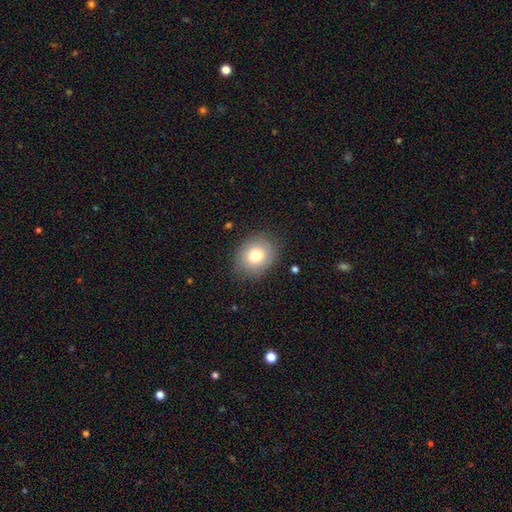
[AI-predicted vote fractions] Q: Smooth or featured?
A: smooth (78%); runner-up: featured or disk (12%)
Q: How rounded?
A: round (57%); runner-up: in between (42%)
Q: Merging?
A: none (84%); runner-up: minor disturbance (12%)